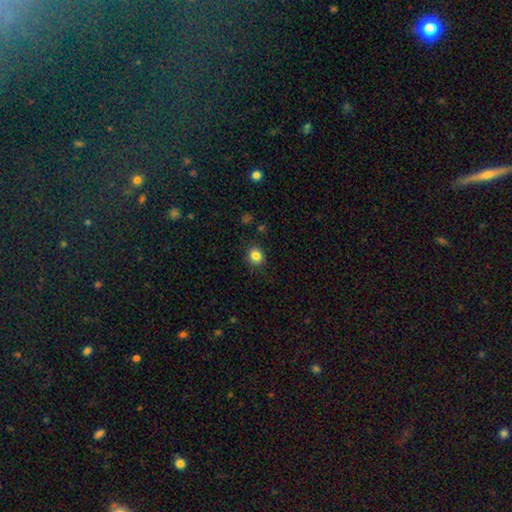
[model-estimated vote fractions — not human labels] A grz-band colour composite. It shows a smooth galaxy with no disk features (84%) that is round (79%). Merging: none (88%).